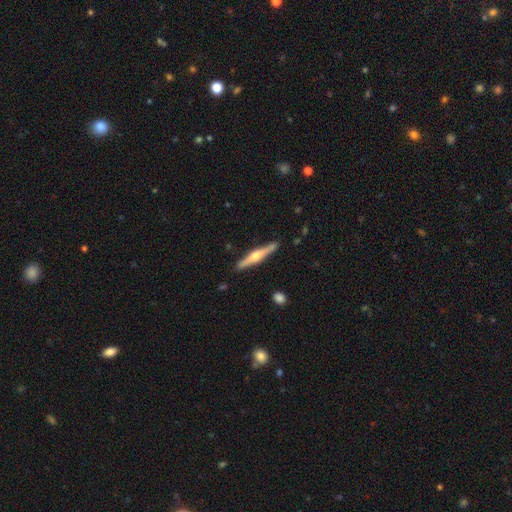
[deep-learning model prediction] The model was most divided on "smooth or featured": featured or disk: 74%, smooth: 21%, star or artifact: 5%. More confident: edge-on disk — yes (98%); edge-on bulge — rounded (92%); merging — none (90%).